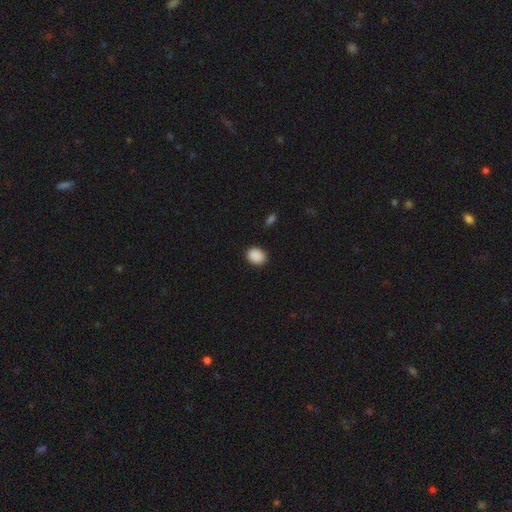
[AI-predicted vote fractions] This is clearly a smooth galaxy (90%). How rounded: possibly in between (55%). Merging: clearly none (89%).